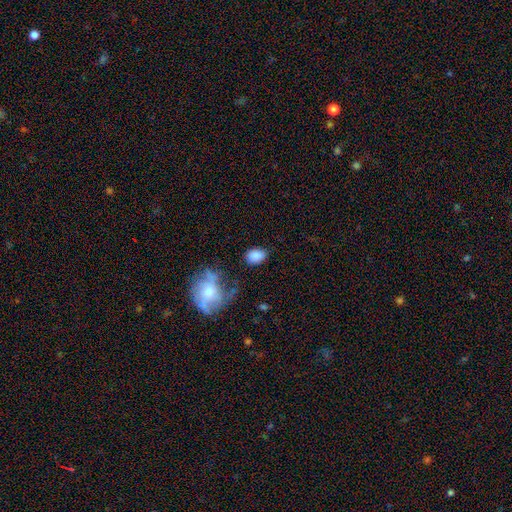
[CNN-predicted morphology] Smooth or featured: smooth — 85% (star or artifact — 8%)
How rounded: in between — 80% (round — 18%)
Merging: none — 74% (minor disturbance — 17%)